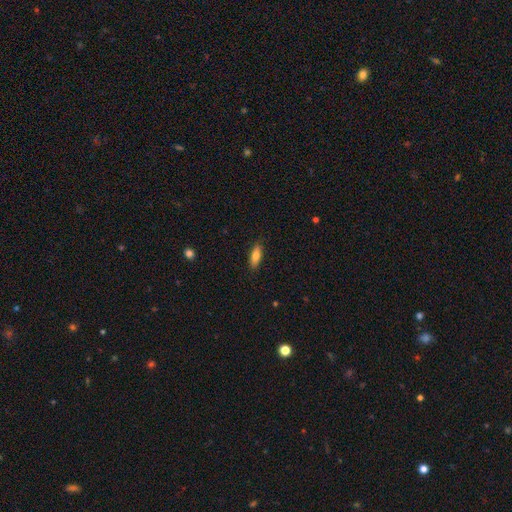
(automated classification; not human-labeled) Overall: smooth (77%). How rounded: in between (63%; cigar-shaped 35%). Merging: none (86%).